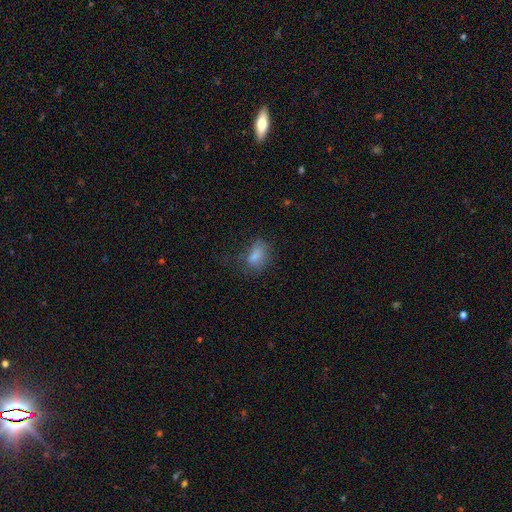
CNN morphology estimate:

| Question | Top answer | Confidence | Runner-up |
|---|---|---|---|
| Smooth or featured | smooth | 74% | featured or disk (14%) |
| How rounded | in between | 79% | round (18%) |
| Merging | none | 51% | minor disturbance (26%) |